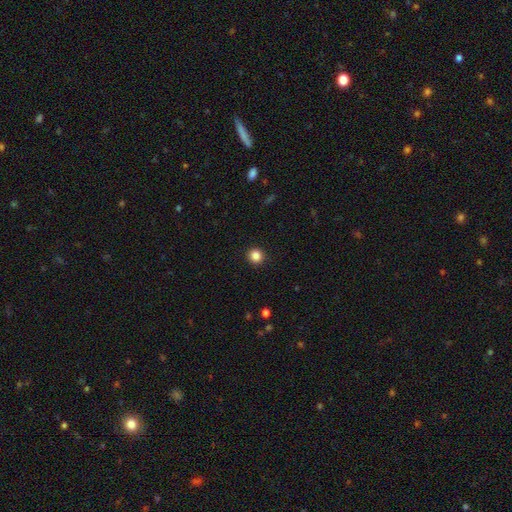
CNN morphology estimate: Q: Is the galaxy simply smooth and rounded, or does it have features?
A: smooth — 85%.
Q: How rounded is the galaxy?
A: round — 92%.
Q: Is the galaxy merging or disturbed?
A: none — 93%.